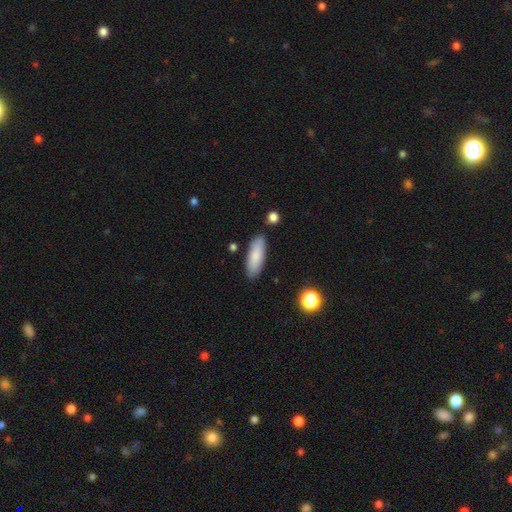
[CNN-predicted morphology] smooth-or-featured: smooth: 84% | featured or disk: 10% | star or artifact: 6%
  how-rounded: in between: 61% | cigar-shaped: 37% | round: 2%
  merging: none: 85% | minor disturbance: 10% | merger: 2% | major disturbance: 2%